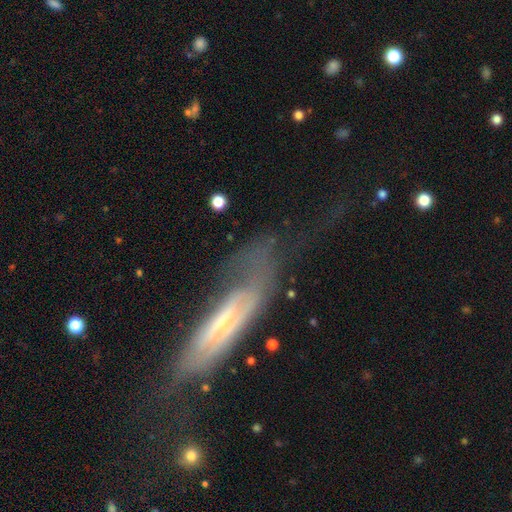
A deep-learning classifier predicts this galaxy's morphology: Smooth or featured?
  - featured or disk: 63% *
  - smooth: 28%
  - star or artifact: 9%
Edge-on disk?
  - no: 60% *
  - yes: 40%
Merging?
  - none: 42% *
  - major disturbance: 32%
  - minor disturbance: 22%
  - merger: 4%